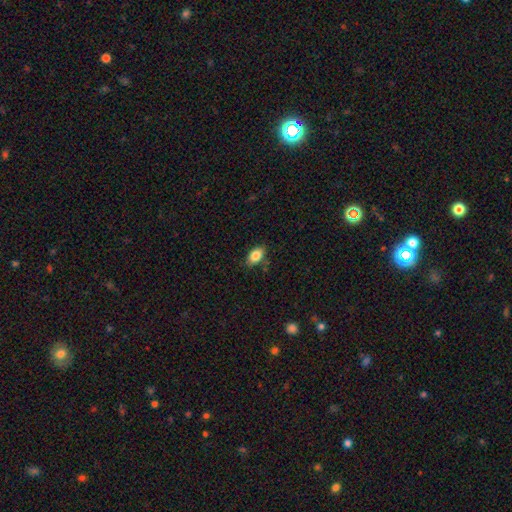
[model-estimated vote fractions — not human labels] A smooth galaxy with no disk features (85%) that is in between round and cigar-shaped (89%). Merging: none (80%).